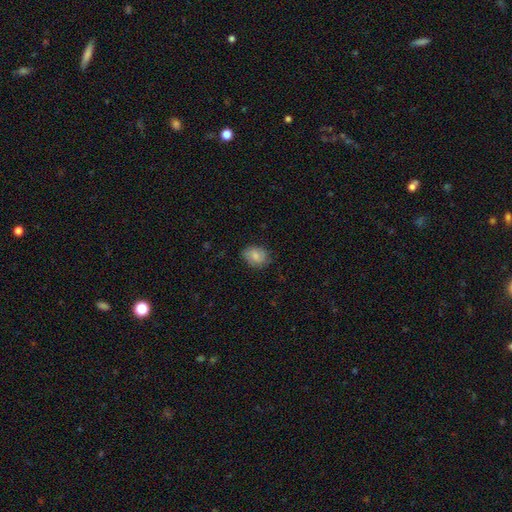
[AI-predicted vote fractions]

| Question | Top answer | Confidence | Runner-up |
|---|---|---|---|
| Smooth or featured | smooth | 79% | featured or disk (14%) |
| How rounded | in between | 59% | round (40%) |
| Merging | none | 78% | minor disturbance (17%) |